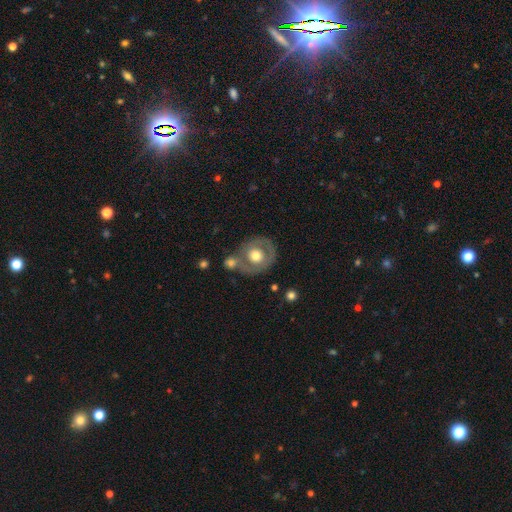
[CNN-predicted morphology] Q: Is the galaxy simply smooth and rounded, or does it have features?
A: smooth — 48%.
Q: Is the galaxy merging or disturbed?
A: none — 55%.